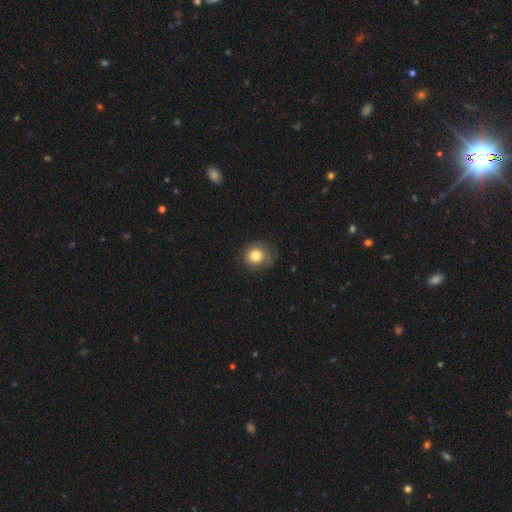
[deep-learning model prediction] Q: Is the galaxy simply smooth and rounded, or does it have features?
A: smooth — 77%.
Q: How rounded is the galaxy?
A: round — 83%.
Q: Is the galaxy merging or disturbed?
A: none — 68%.